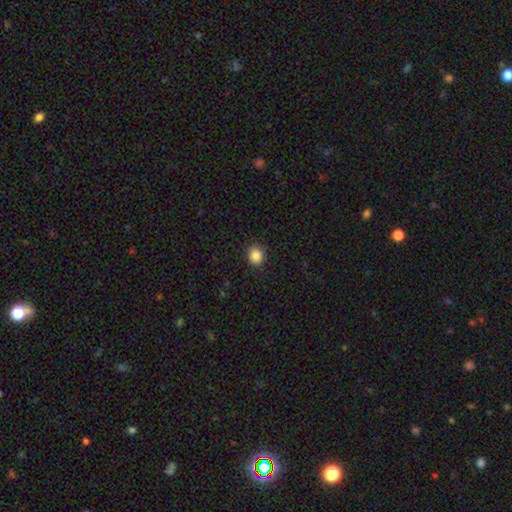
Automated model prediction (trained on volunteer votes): This is clearly a smooth galaxy (86%). How rounded: clearly round (80%). Merging: clearly none (91%).